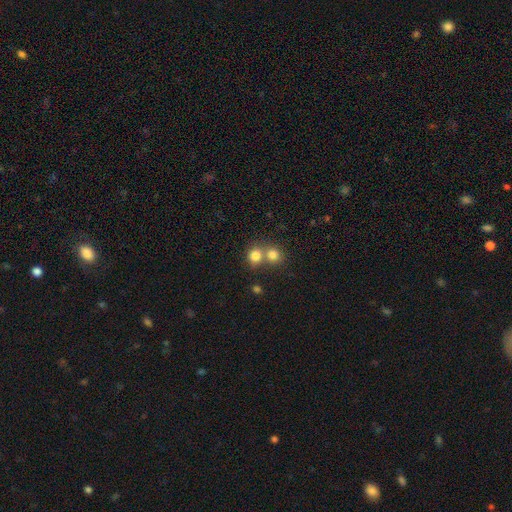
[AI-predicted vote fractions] Q: Smooth or featured?
A: smooth (80%); runner-up: star or artifact (12%)
Q: How rounded?
A: round (81%); runner-up: in between (18%)
Q: Merging?
A: merger (47%); runner-up: none (44%)